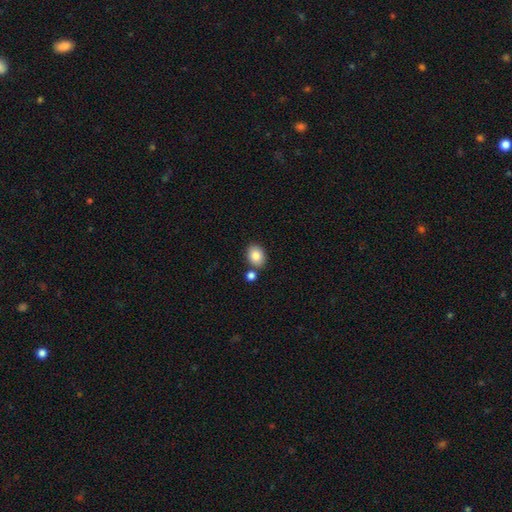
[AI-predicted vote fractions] Overall: smooth (85%). How rounded: in between (59%; round 40%). Merging: none (77%).